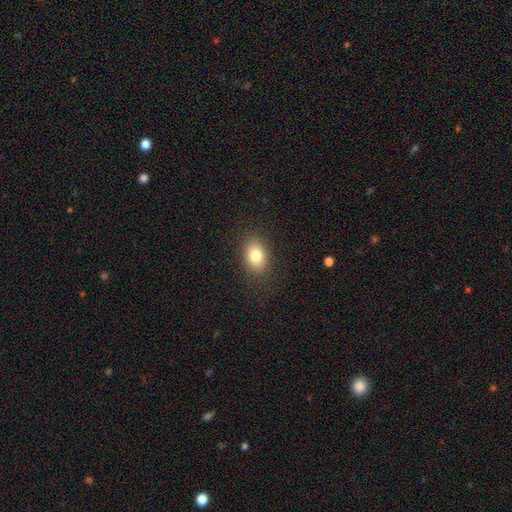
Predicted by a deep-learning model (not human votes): smooth 81%, star or artifact 10%, featured or disk 9%. Down the decision tree: how rounded — in between (76%); merging — none (86%).